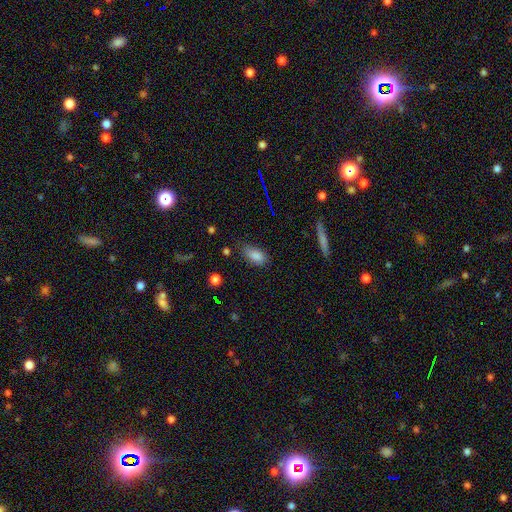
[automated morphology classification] Smooth or featured? Predicted: smooth (p=0.84). How rounded? Predicted: in between (p=0.90). Merging? Predicted: none (p=0.69).